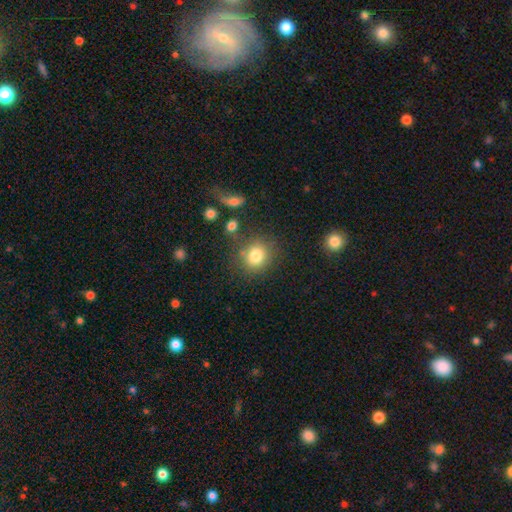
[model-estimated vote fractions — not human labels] Smooth or featured? Predicted: smooth (p=0.81). How rounded? Predicted: round (p=0.79). Merging? Predicted: none (p=0.77).